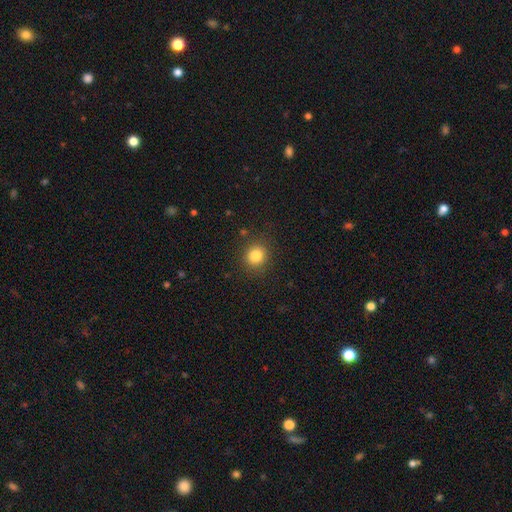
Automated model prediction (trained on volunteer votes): Morphology: type=smooth (83%); roundness=round (83%); merging=none (87%).